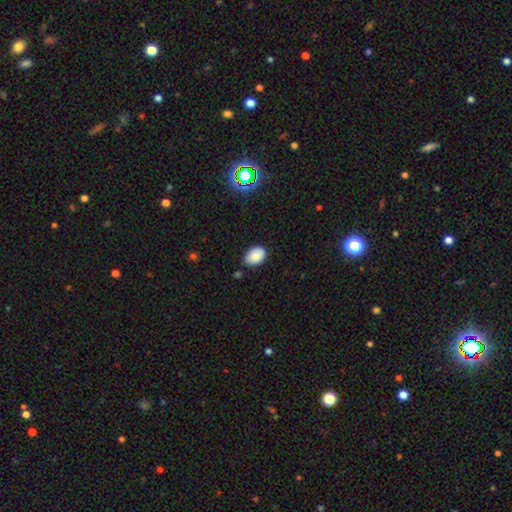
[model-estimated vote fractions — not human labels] smooth-or-featured: smooth: 84% | star or artifact: 9% | featured or disk: 7%
  how-rounded: in between: 82% | round: 17% | cigar-shaped: 1%
  merging: none: 73% | minor disturbance: 22% | major disturbance: 3% | merger: 2%